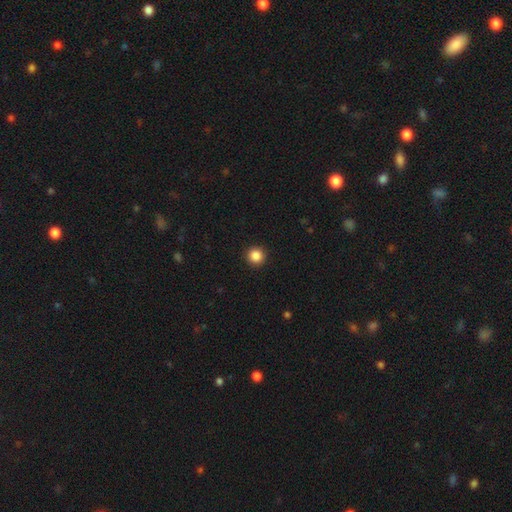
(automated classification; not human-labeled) Smooth or featured?
  - smooth: 87% *
  - star or artifact: 10%
  - featured or disk: 3%
How rounded?
  - round: 96% *
  - in between: 3%
  - cigar-shaped: 1%
Merging?
  - none: 93% *
  - minor disturbance: 4%
  - major disturbance: 2%
  - merger: 1%